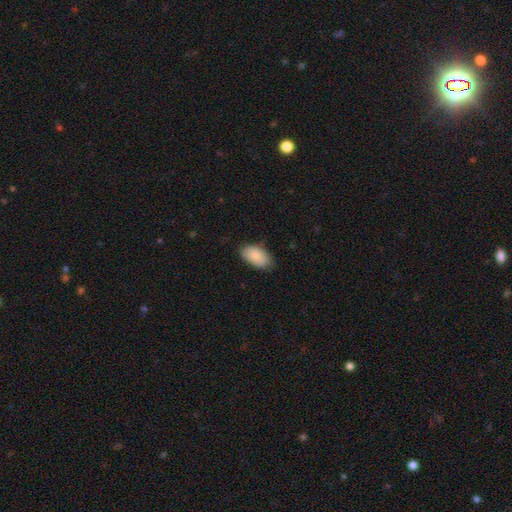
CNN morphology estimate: smooth 87%, featured or disk 7%, star or artifact 6%. Down the decision tree: how rounded — in between (95%); merging — none (78%).